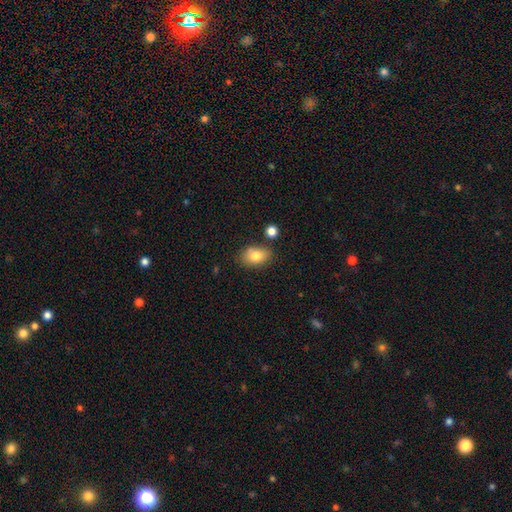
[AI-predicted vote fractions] Smooth or featured: smooth — 81% (featured or disk — 11%)
How rounded: in between — 83% (round — 15%)
Merging: none — 73% (minor disturbance — 16%)